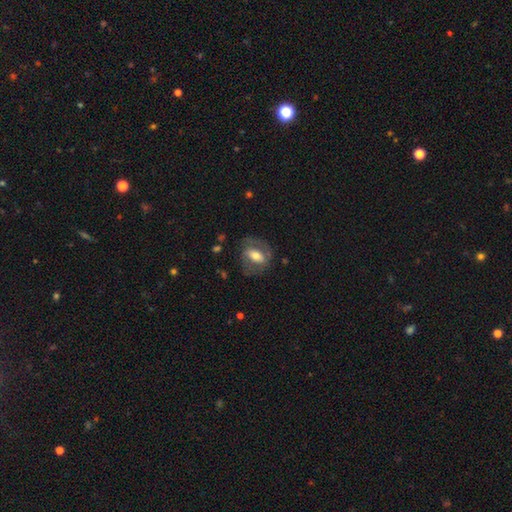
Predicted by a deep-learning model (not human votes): smooth_or_featured: featured or disk (p=0.54) [alt: smooth p=0.40]
disk_edge_on: no (p=0.93) [alt: yes p=0.07]
bar: strong (p=0.36) [alt: weak p=0.33]
has_spiral_arms: yes (p=0.56) [alt: no p=0.44]
bulge_size: moderate (p=0.61) [alt: large p=0.21]
merging: none (p=0.68) [alt: minor disturbance p=0.18]